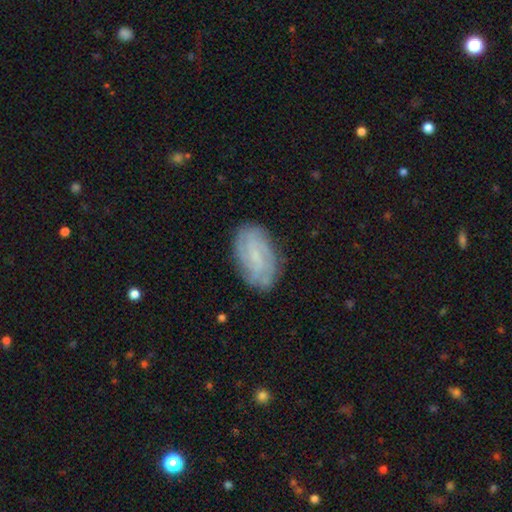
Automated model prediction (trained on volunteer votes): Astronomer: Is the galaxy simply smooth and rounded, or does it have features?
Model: featured or disk — 71%.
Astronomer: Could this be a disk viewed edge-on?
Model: no — 96%.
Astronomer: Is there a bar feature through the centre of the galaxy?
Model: weak — 47% (runner-up: no, 42%).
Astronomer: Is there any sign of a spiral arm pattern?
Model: yes — 93%.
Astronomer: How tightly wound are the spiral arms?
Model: tight — 61%.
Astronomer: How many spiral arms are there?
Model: can't tell — 39% (runner-up: 2, 18%).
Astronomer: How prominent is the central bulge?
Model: small — 61%.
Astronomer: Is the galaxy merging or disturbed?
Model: none — 81%.